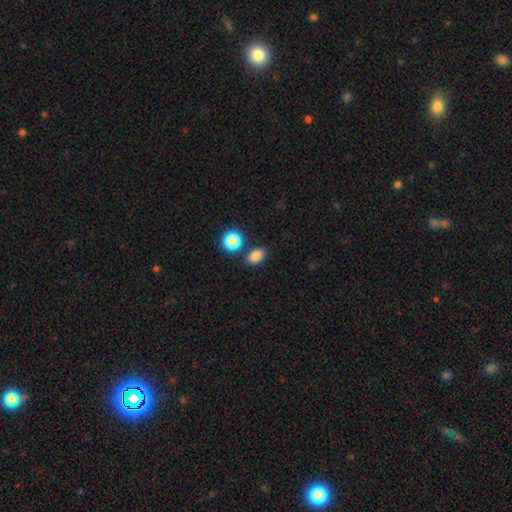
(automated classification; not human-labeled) Smooth or featured? smooth (83%)
How rounded? in between (74%)
Merging? none (79%)